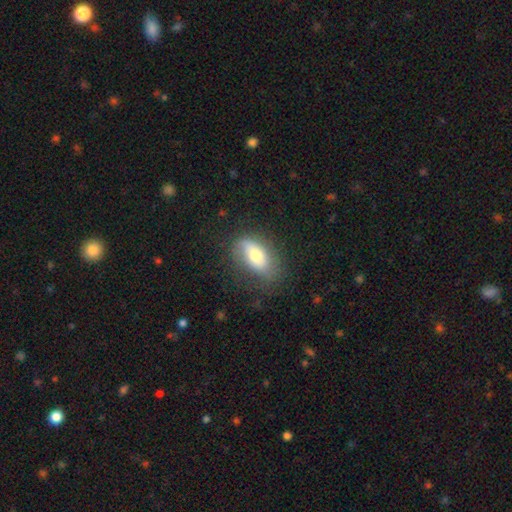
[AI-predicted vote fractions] smooth-or-featured: smooth: 59% | featured or disk: 34% | star or artifact: 8%
  how-rounded: in between: 88% | round: 7% | cigar-shaped: 6%
  merging: none: 63% | minor disturbance: 24% | major disturbance: 11% | merger: 2%